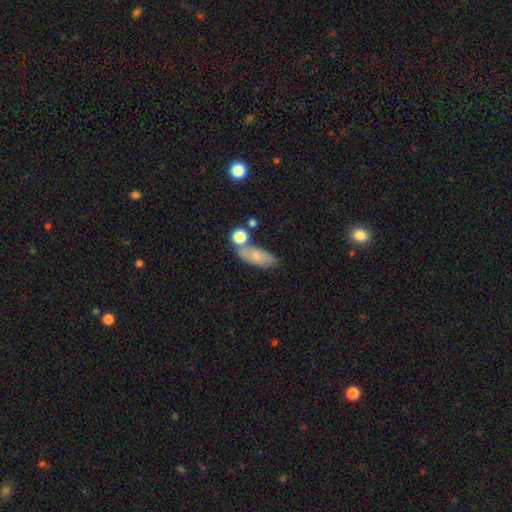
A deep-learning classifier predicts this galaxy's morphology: Smooth or featured: smooth — 68% (featured or disk — 24%)
How rounded: in between — 77% (cigar-shaped — 16%)
Merging: none — 53% (merger — 21%)